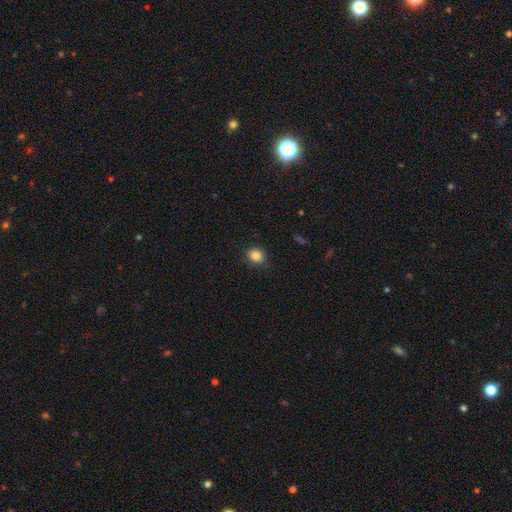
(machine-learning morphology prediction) smooth 85%, star or artifact 11%, featured or disk 4%. Down the decision tree: how rounded — round (78%); merging — none (87%).